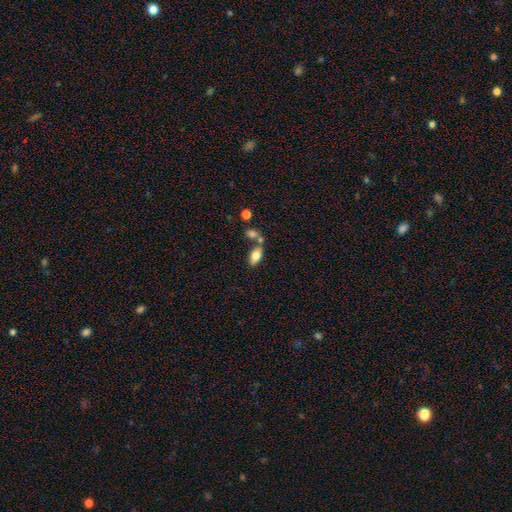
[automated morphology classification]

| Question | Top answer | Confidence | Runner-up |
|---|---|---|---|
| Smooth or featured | smooth | 77% | featured or disk (15%) |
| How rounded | in between | 90% | cigar-shaped (5%) |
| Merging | none | 56% | merger (27%) |